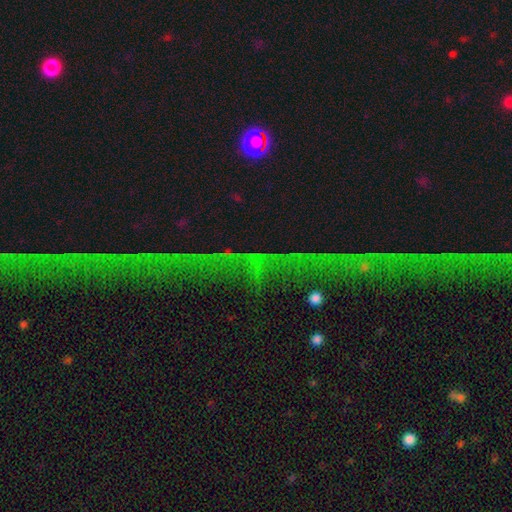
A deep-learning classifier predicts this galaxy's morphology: Overall: star or artifact (75%).